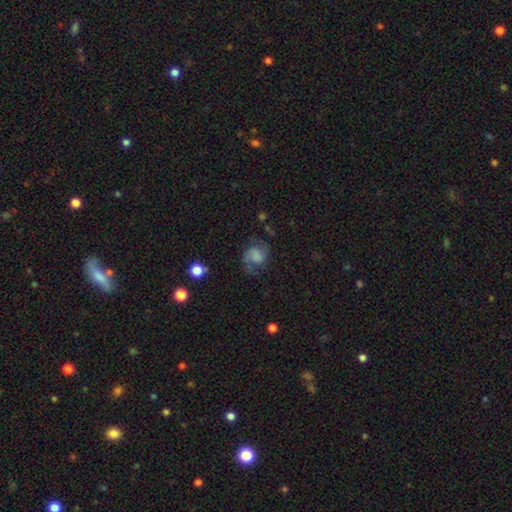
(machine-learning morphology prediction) smooth-or-featured: featured or disk: 64% | smooth: 26% | star or artifact: 10%
  disk-edge-on: no: 98% | yes: 2%
    bar: no: 64% | weak: 29% | strong: 6%
    has-spiral-arms: yes: 93% | no: 7%
      spiral-winding: medium: 47% | loose: 33% | tight: 20%
      spiral-arm-count: 2: 89% | can't tell: 4% | 1: 4% | 3: 1% | 4: 1% | more than 4: 1%
    bulge-size: none: 51% | large: 19% | small: 12% | moderate: 11% | dominant: 7%
  merging: none: 66% | minor disturbance: 19% | major disturbance: 13% | merger: 2%